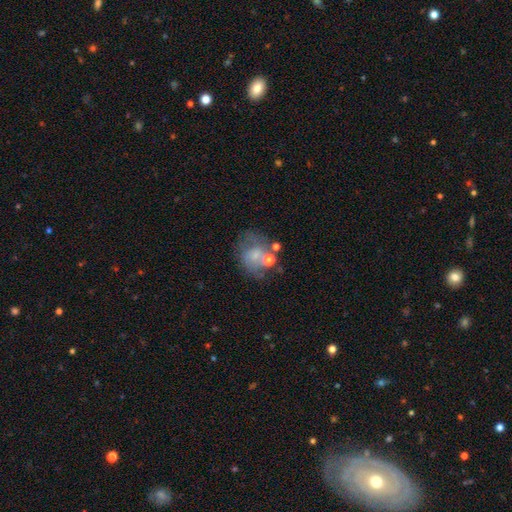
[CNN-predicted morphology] Q: Smooth or featured?
A: smooth (46%); runner-up: featured or disk (40%)
Q: Merging?
A: none (40%); runner-up: major disturbance (22%)